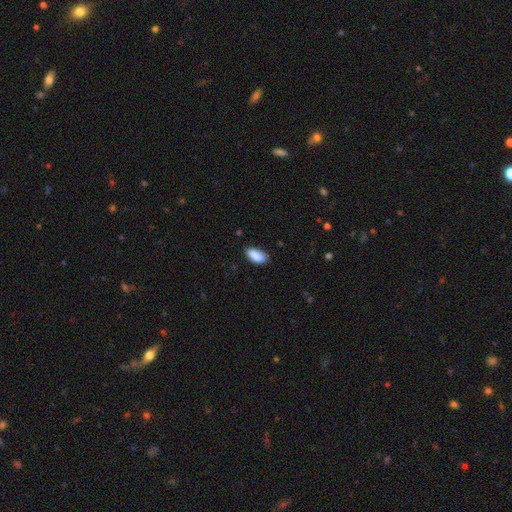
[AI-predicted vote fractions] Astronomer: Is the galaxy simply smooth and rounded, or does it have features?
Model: smooth — 89%.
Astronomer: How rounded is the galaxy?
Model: in between — 90%.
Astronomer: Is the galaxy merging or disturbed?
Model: none — 79%.